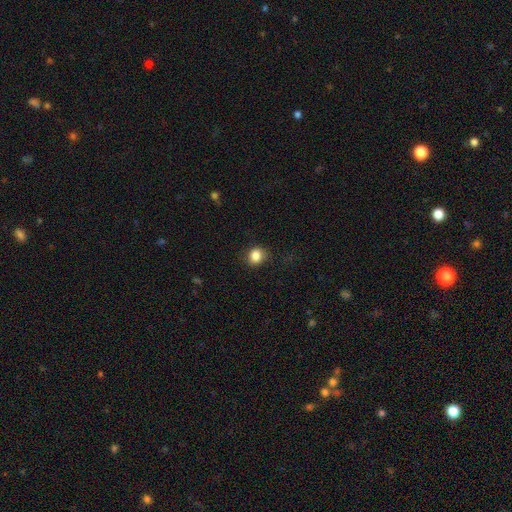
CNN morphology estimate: Smooth or featured? Predicted: smooth (p=0.85). How rounded? Predicted: round (p=0.72). Merging? Predicted: none (p=0.79).